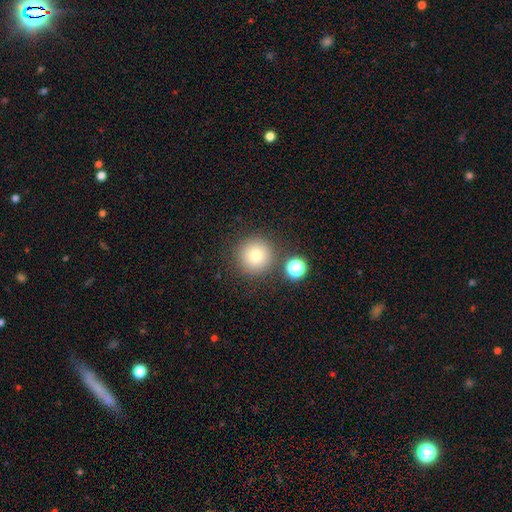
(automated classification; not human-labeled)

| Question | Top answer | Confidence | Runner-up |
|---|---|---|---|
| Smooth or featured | smooth | 77% | star or artifact (13%) |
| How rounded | round | 96% | in between (3%) |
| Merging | none | 84% | minor disturbance (7%) |